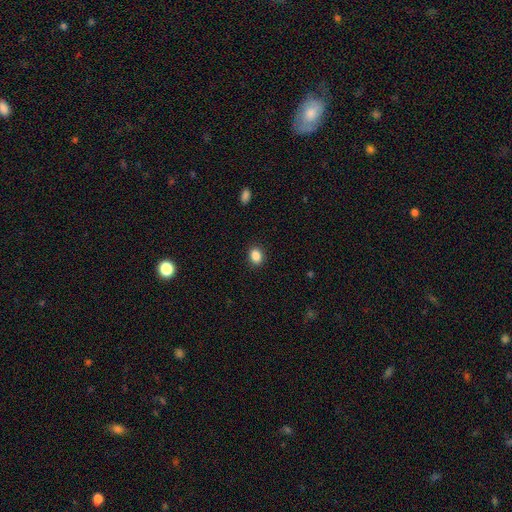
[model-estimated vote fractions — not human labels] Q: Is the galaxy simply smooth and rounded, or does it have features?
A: smooth — 87%.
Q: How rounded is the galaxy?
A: in between — 60%.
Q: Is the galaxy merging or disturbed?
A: none — 90%.